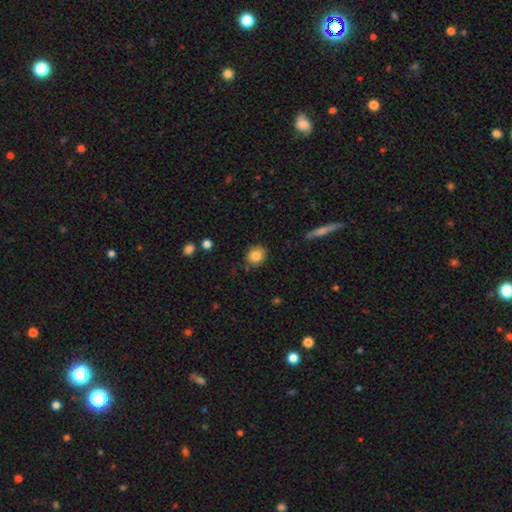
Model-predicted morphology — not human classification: Smooth or featured?
  - smooth: 84% *
  - star or artifact: 9%
  - featured or disk: 6%
How rounded?
  - round: 76% *
  - in between: 22%
  - cigar-shaped: 1%
Merging?
  - none: 84% *
  - minor disturbance: 12%
  - major disturbance: 3%
  - merger: 2%